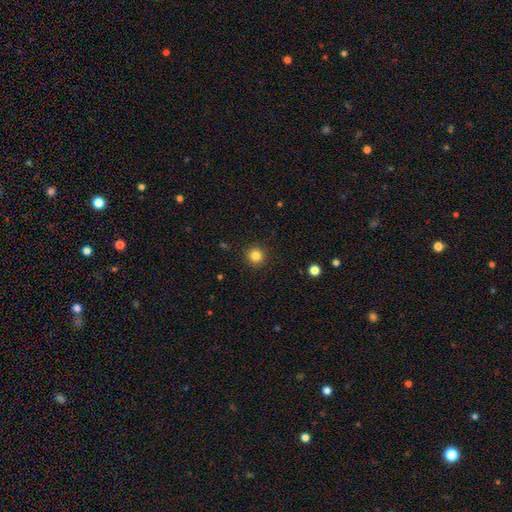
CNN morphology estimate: smooth 83%, star or artifact 12%, featured or disk 5%. Down the decision tree: how rounded — round (94%); merging — none (91%).